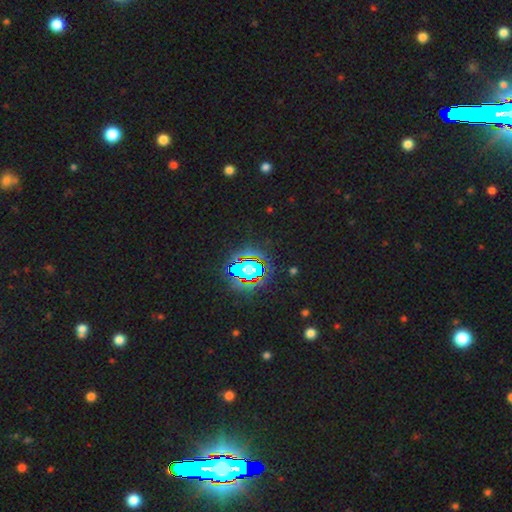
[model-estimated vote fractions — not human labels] smooth_or_featured: star or artifact (p=0.83) [alt: smooth p=0.10]